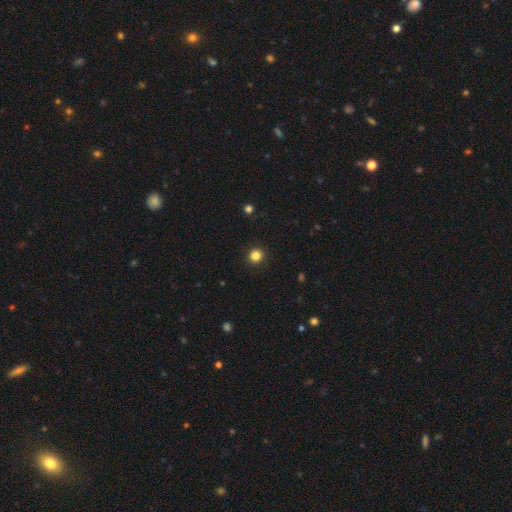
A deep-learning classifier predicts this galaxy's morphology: smooth_or_featured: smooth (p=0.84) [alt: star or artifact p=0.12]
how_rounded: round (p=0.91) [alt: in between p=0.08]
merging: none (p=0.92) [alt: minor disturbance p=0.05]